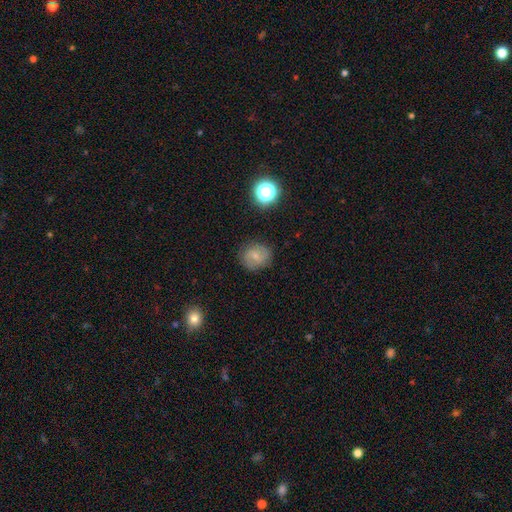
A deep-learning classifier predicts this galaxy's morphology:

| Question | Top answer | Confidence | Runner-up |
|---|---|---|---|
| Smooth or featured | smooth | 52% | featured or disk (37%) |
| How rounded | round | 77% | in between (22%) |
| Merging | none | 81% | minor disturbance (13%) |